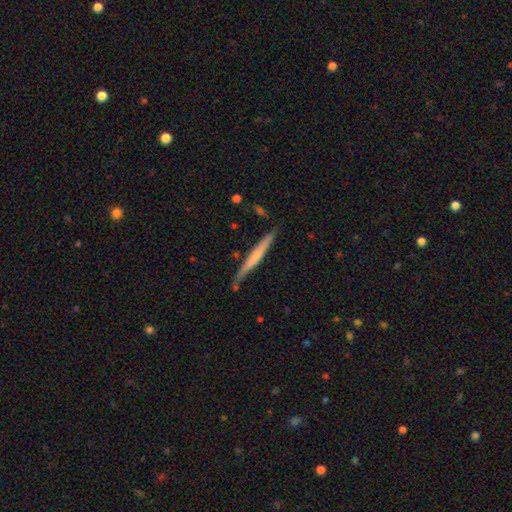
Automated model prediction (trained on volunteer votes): smooth_or_featured: featured or disk (p=0.48) [alt: smooth p=0.47]
merging: none (p=0.82) [alt: minor disturbance p=0.13]